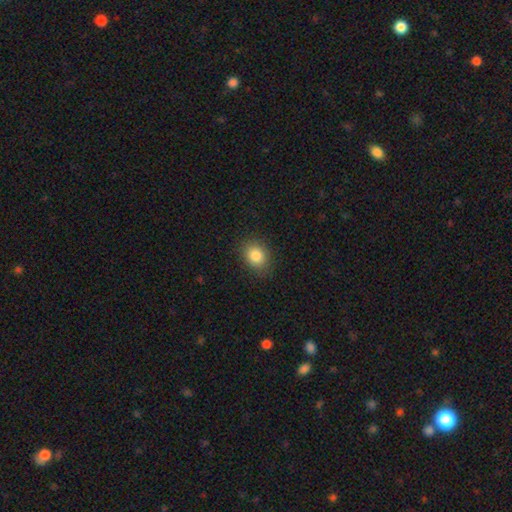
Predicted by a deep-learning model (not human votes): The model was most divided on "how rounded": round: 53%, in between: 46%, cigar-shaped: 1%. More confident: merging — none (87%); smooth or featured — smooth (84%).